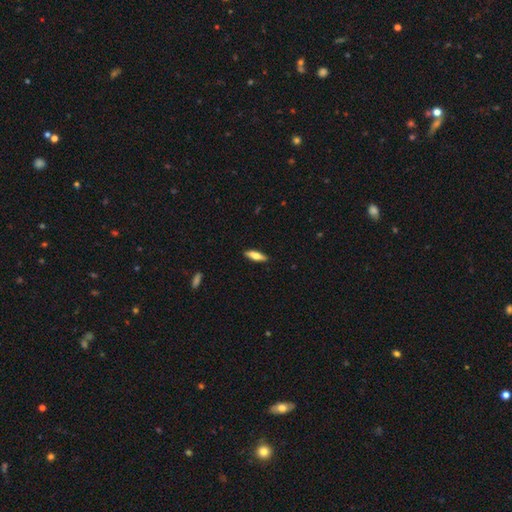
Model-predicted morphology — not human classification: smooth 63%, featured or disk 31%, star or artifact 6%. Down the decision tree: how rounded — cigar-shaped (51%); merging — none (89%).